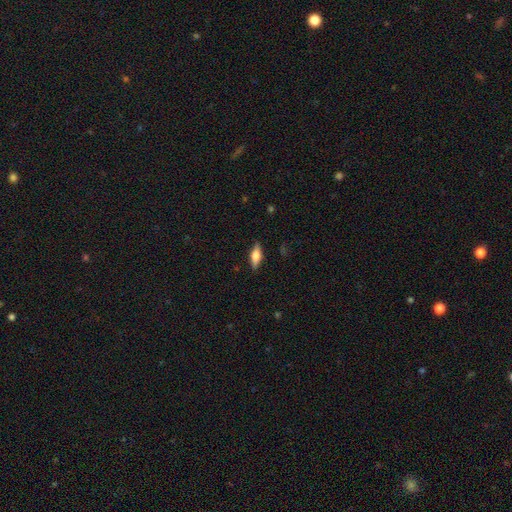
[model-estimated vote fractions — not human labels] The model was most divided on "smooth or featured": featured or disk: 49%, smooth: 45%, star or artifact: 7%. More confident: merging — none (87%).